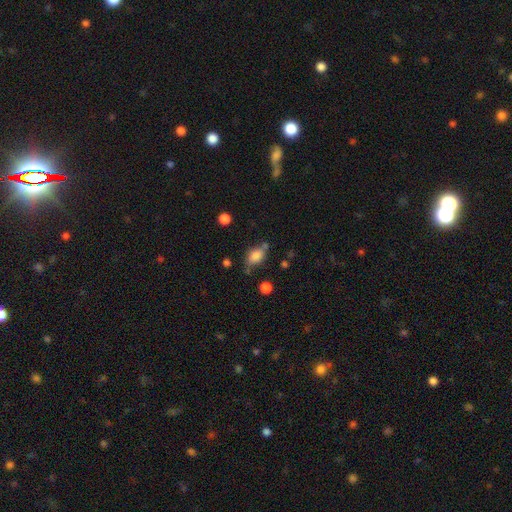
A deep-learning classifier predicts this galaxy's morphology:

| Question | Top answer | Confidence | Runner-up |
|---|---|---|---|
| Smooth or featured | smooth | 80% | featured or disk (10%) |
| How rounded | in between | 82% | round (14%) |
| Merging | none | 61% | minor disturbance (22%) |